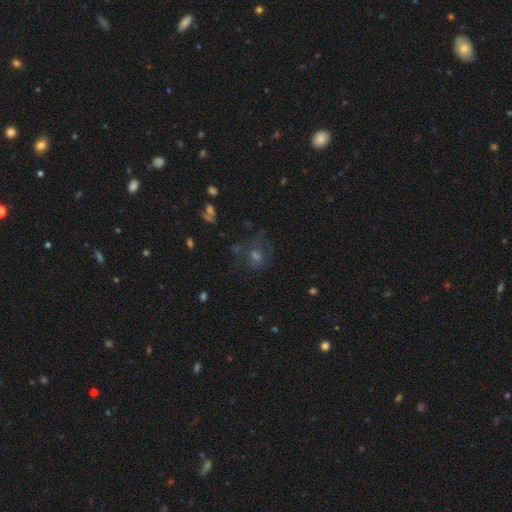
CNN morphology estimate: This is marginally a featured or disk galaxy (37%). Merging: likely none (61%).